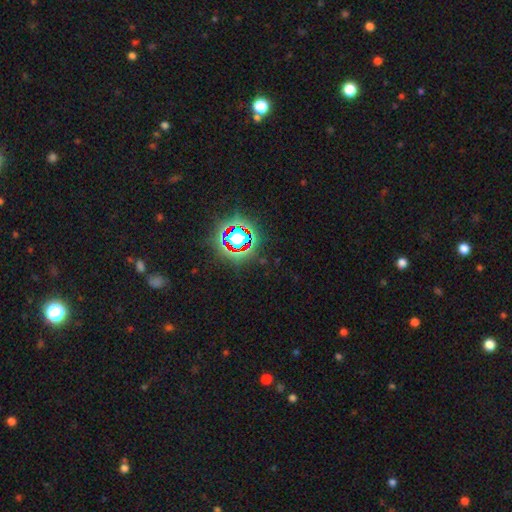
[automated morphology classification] smooth_or_featured: star or artifact (p=0.77) [alt: smooth p=0.14]